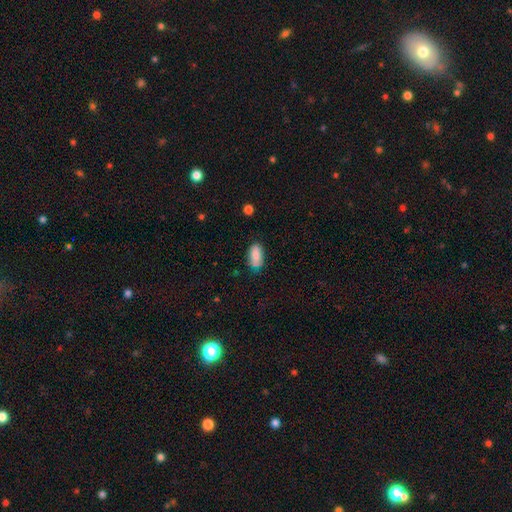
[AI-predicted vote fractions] Smooth or featured? Predicted: smooth (p=0.83). How rounded? Predicted: in between (p=0.90). Merging? Predicted: none (p=0.73).